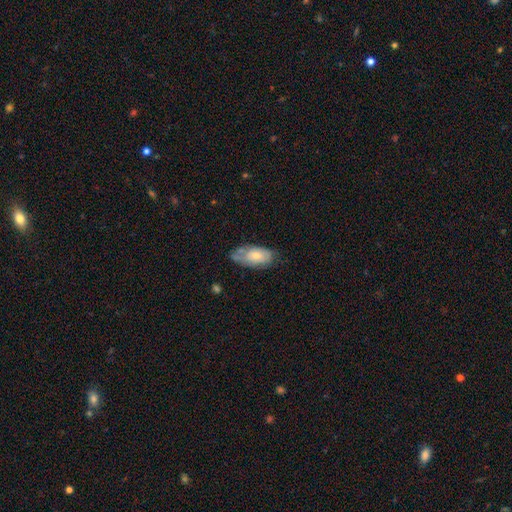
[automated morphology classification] Smooth or featured? Predicted: smooth (p=0.60). How rounded? Predicted: in between (p=0.92). Merging? Predicted: none (p=0.52).